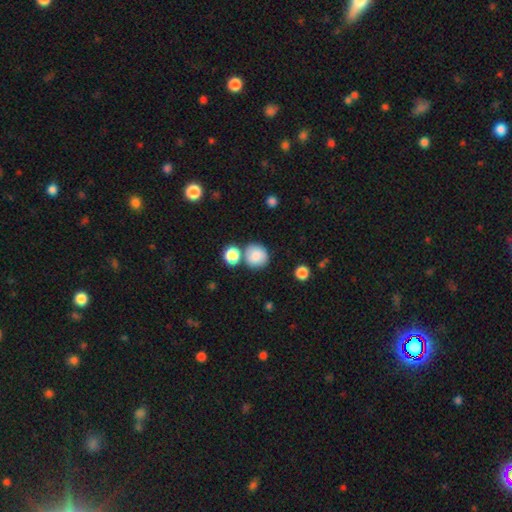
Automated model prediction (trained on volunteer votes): Morphology: type=smooth (83%); roundness=round (84%); merging=none (62%).